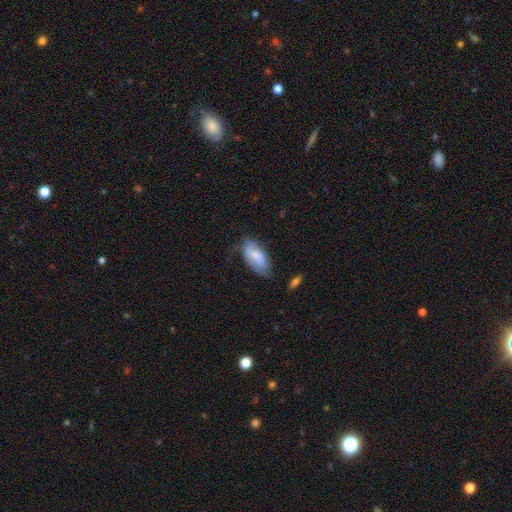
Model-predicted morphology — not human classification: The model was most divided on "merging": none: 47%, minor disturbance: 35%, major disturbance: 15%, merger: 3%. More confident: how rounded — in between (91%); smooth or featured — smooth (60%).